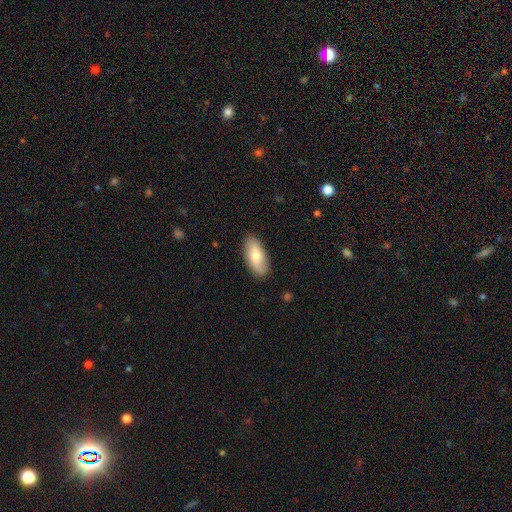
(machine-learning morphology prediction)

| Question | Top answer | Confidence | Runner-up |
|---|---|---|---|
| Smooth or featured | smooth | 71% | featured or disk (23%) |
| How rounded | in between | 88% | cigar-shaped (9%) |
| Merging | none | 86% | minor disturbance (10%) |